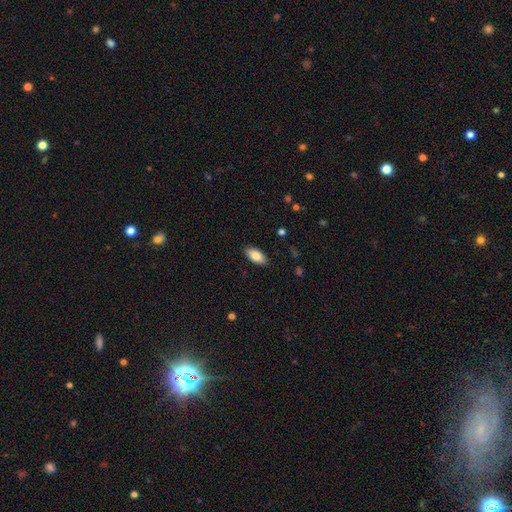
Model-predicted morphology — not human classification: The model was most divided on "smooth or featured": smooth: 84%, featured or disk: 9%, star or artifact: 7%. More confident: how rounded — in between (91%); merging — none (89%).